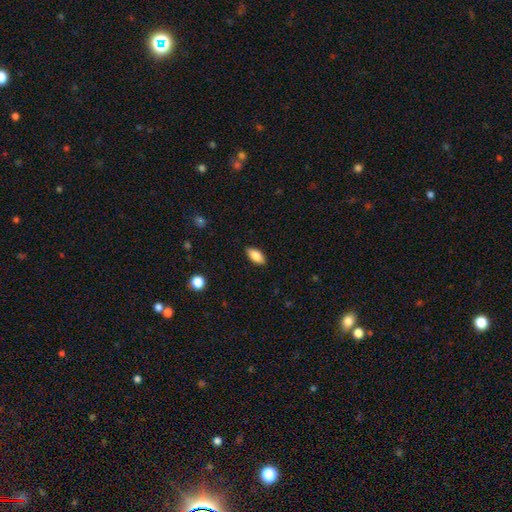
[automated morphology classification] Smooth or featured?
  - smooth: 83% *
  - featured or disk: 10%
  - star or artifact: 7%
How rounded?
  - in between: 88% *
  - cigar-shaped: 9%
  - round: 3%
Merging?
  - none: 88% *
  - minor disturbance: 9%
  - major disturbance: 2%
  - merger: 1%